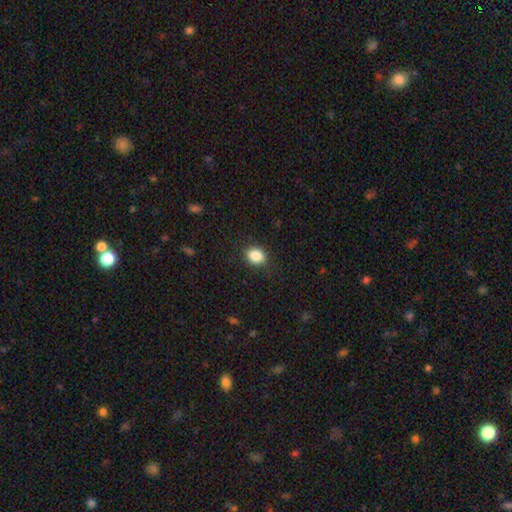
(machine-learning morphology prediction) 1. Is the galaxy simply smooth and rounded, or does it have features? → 86% smooth, 9% star or artifact, 5% featured or disk.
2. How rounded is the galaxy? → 61% in between, 38% round, 1% cigar-shaped.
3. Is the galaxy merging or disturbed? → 87% none, 9% minor disturbance, 3% major disturbance, 1% merger.